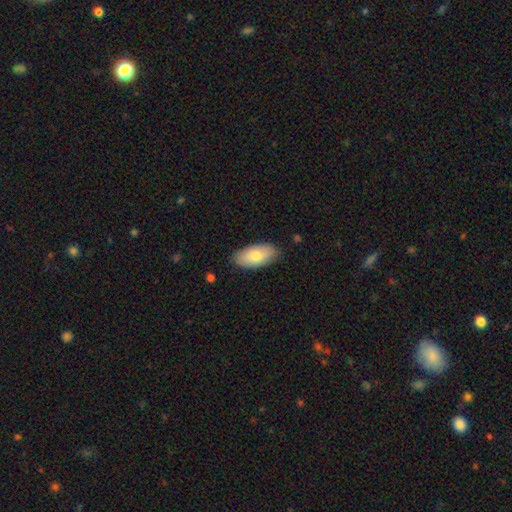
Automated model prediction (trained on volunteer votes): Overall: smooth (77%). How rounded: in between (93%). Merging: none (85%).